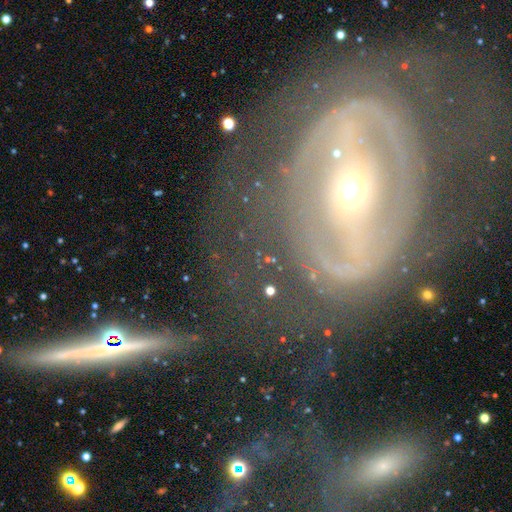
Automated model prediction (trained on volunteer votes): Overall: featured or disk (80%). Edge-on disk: no (92%). Bar: strong (46%; no 29%). Spiral arms: yes (64%; no 36%). Bulge size: small (53%; moderate 41%). Merging: none (49%; major disturbance 25%).